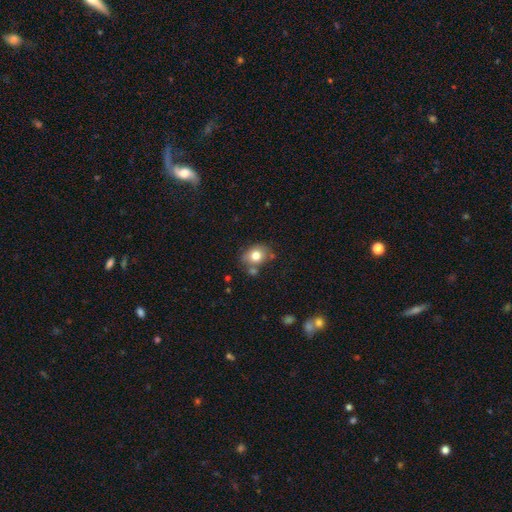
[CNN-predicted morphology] Q: Smooth or featured?
A: smooth (76%); runner-up: featured or disk (14%)
Q: How rounded?
A: in between (50%); runner-up: round (49%)
Q: Merging?
A: none (63%); runner-up: minor disturbance (19%)